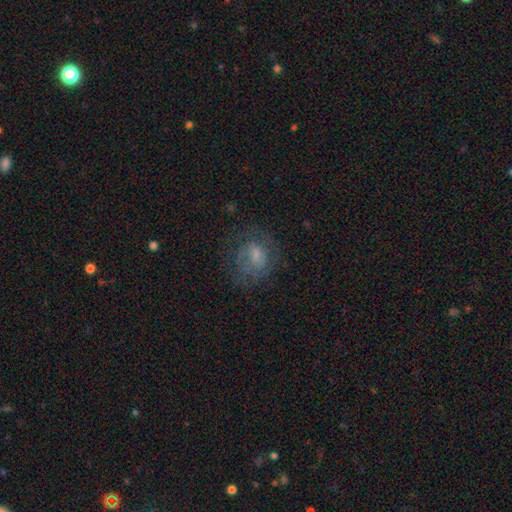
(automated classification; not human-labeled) The model was most divided on "smooth or featured": smooth: 47%, featured or disk: 40%, star or artifact: 13%. More confident: merging — none (60%).